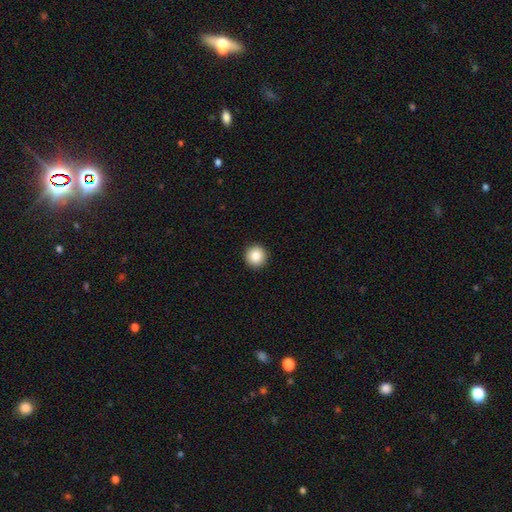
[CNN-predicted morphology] The model was most divided on "smooth or featured": smooth: 86%, star or artifact: 9%, featured or disk: 5%. More confident: how rounded — round (96%); merging — none (93%).